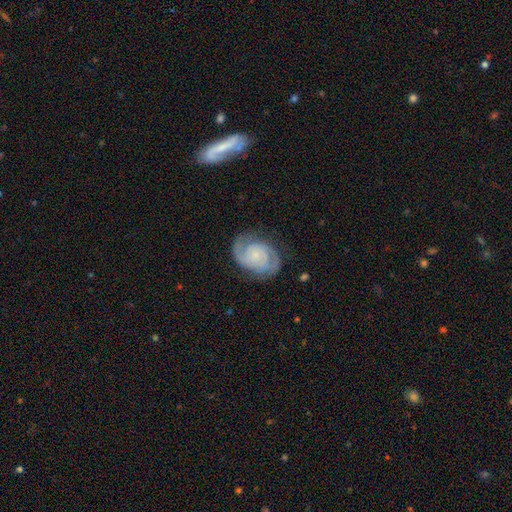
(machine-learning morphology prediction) Smooth or featured: featured or disk — 84% (smooth — 11%)
Edge-on disk: no — 98% (yes — 2%)
Bar: no — 67% (weak — 28%)
Spiral arms: yes — 97% (no — 3%)
Spiral winding: tight — 54% (medium — 38%)
Spiral arm count: 2 — 78% (can't tell — 8%)
Bulge size: small — 67% (none — 16%)
Merging: none — 75% (minor disturbance — 17%)